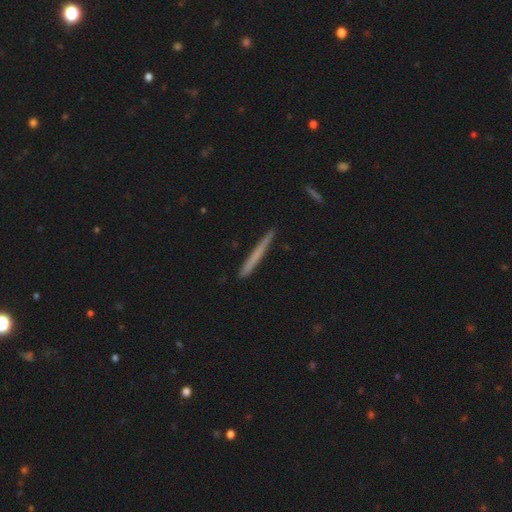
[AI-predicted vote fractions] smooth 58%, featured or disk 36%, star or artifact 6%. Down the decision tree: how rounded — cigar-shaped (97%); merging — none (90%).